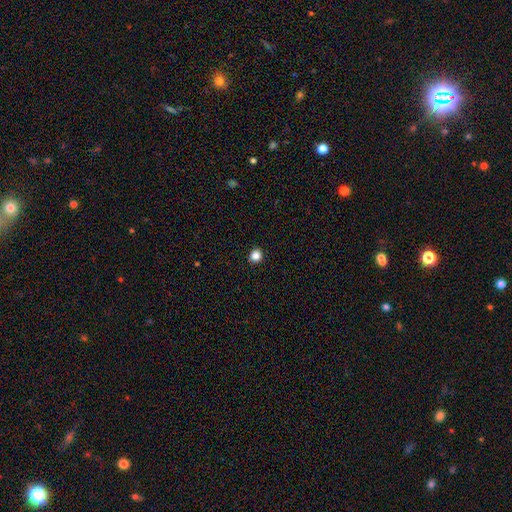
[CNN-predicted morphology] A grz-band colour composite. It shows a smooth galaxy with no disk features (85%) that is round (82%). Merging: none (93%).